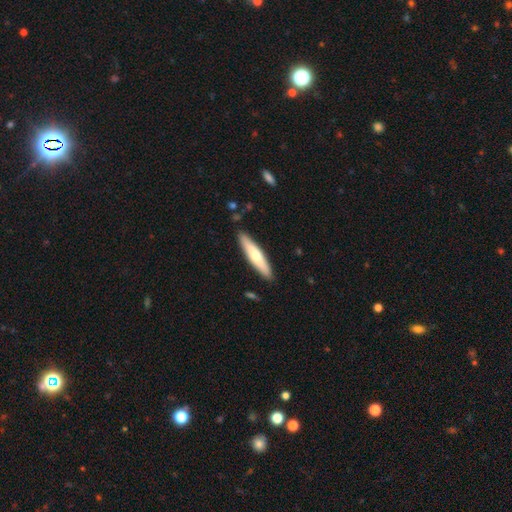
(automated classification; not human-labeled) This is likely a smooth galaxy (60%). How rounded: clearly cigar-shaped (84%). Merging: clearly none (90%).